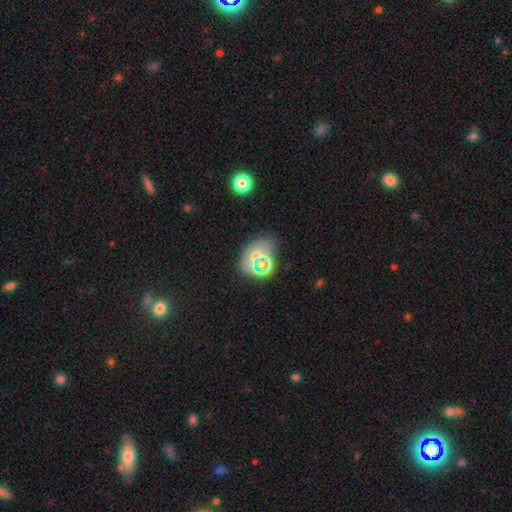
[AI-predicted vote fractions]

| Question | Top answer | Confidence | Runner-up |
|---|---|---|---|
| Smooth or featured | smooth | 48% | star or artifact (33%) |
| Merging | none | 69% | minor disturbance (16%) |